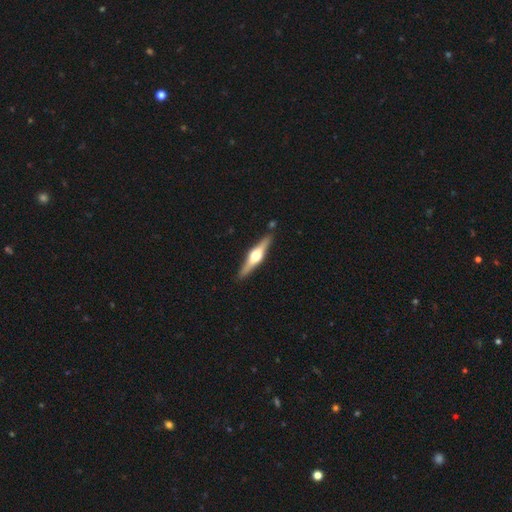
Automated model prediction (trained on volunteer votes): smooth-or-featured: featured or disk: 76% | smooth: 19% | star or artifact: 5%
  disk-edge-on: yes: 98% | no: 2%
    edge-on-bulge: rounded: 94% | boxy: 5% | none: 2%
  merging: none: 89% | minor disturbance: 8% | merger: 2% | major disturbance: 2%